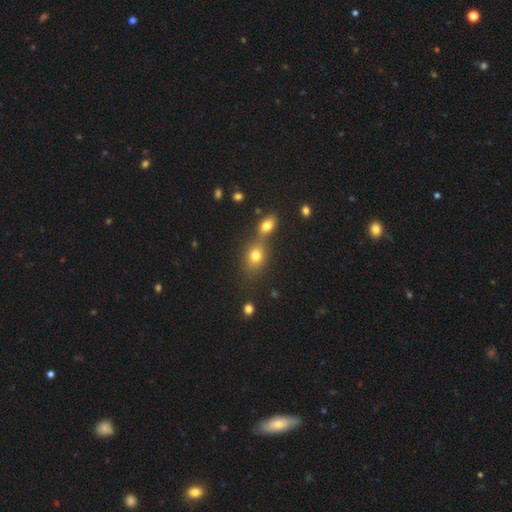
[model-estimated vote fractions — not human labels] smooth 75%, star or artifact 14%, featured or disk 11%. Down the decision tree: how rounded — in between (54%); merging — merger (44%).